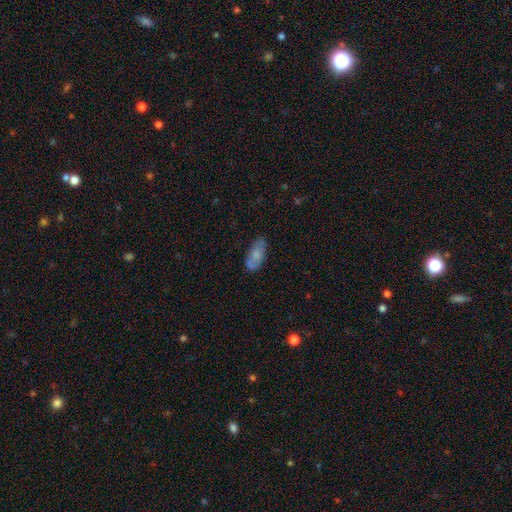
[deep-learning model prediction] smooth_or_featured: smooth (p=0.74) [alt: featured or disk p=0.18]
how_rounded: in between (p=0.86) [alt: cigar-shaped p=0.12]
merging: none (p=0.72) [alt: minor disturbance p=0.20]